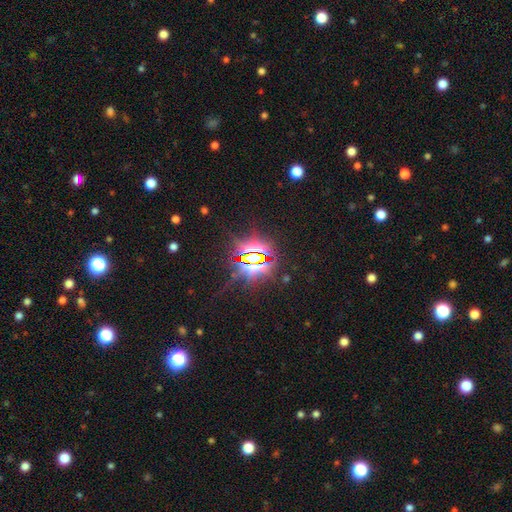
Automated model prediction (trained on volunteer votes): Q: Smooth or featured?
A: star or artifact (83%); runner-up: featured or disk (9%)